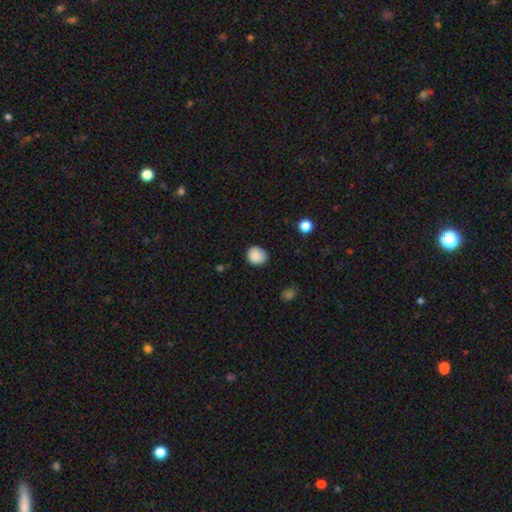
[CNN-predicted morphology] smooth_or_featured: smooth (p=0.87) [alt: star or artifact p=0.08]
how_rounded: round (p=0.73) [alt: in between p=0.26]
merging: none (p=0.80) [alt: minor disturbance p=0.16]